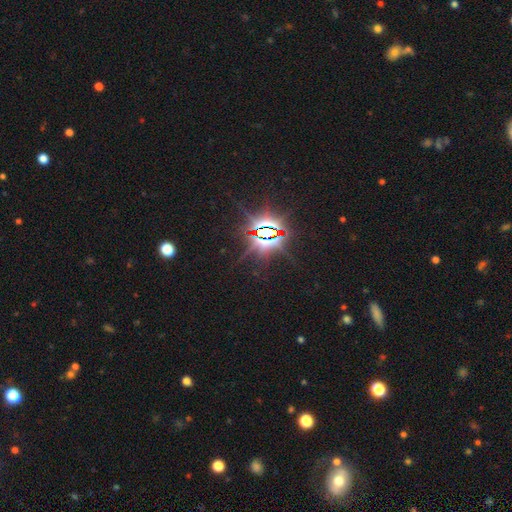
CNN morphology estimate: smooth_or_featured: star or artifact (p=0.83) [alt: smooth p=0.10]